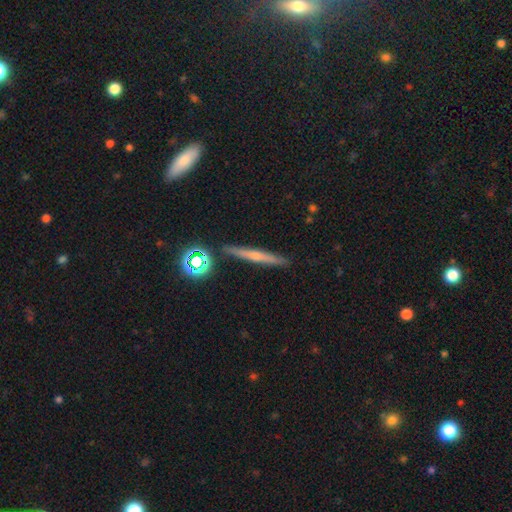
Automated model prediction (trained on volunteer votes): featured or disk 53%, smooth 37%, star or artifact 11%. Down the decision tree: edge-on disk — yes (96%); edge-on bulge — rounded (55%); merging — none (89%).